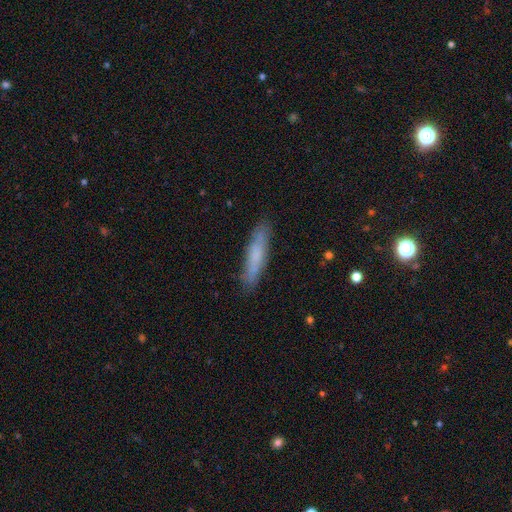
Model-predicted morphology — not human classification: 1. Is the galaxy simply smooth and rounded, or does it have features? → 67% smooth, 26% featured or disk, 7% star or artifact.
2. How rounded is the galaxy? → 86% cigar-shaped, 12% in between, 1% round.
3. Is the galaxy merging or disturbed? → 85% none, 12% minor disturbance, 2% major disturbance, 1% merger.